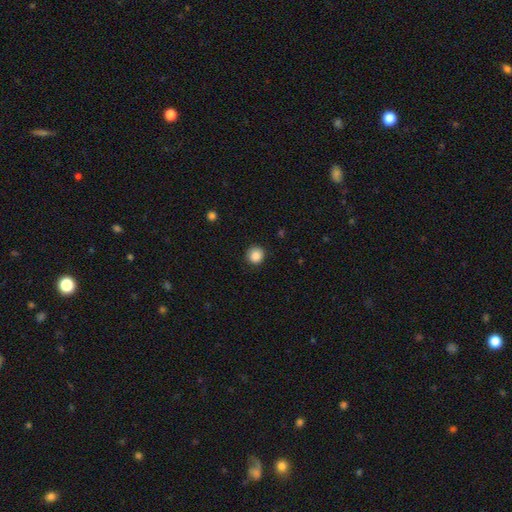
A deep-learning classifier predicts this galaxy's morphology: This appears to be a smooth galaxy with no disk features (87%) that is round (91%). Merging: none (87%).